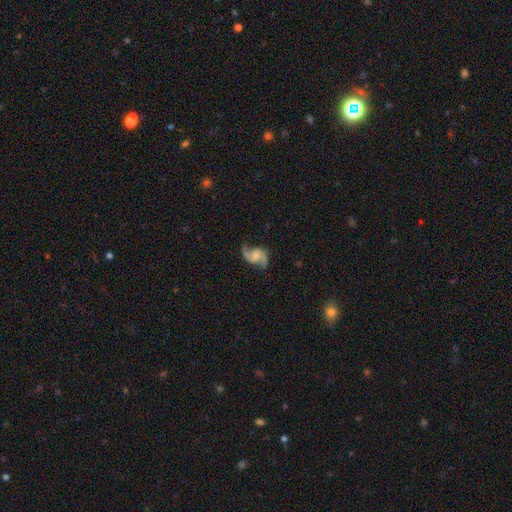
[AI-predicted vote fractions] smooth_or_featured: featured or disk (p=0.87) [alt: smooth p=0.07]
disk_edge_on: no (p=0.98) [alt: yes p=0.02]
bar: no (p=0.45) [alt: weak p=0.44]
has_spiral_arms: yes (p=0.97) [alt: no p=0.03]
spiral_winding: loose (p=0.64) [alt: medium p=0.30]
spiral_arm_count: 2 (p=0.93) [alt: 1 p=0.02]
bulge_size: small (p=0.42) [alt: moderate p=0.30]
merging: none (p=0.74) [alt: minor disturbance p=0.16]